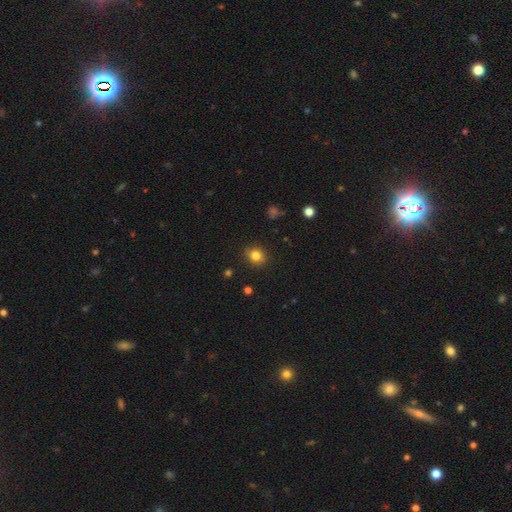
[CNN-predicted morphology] This appears to be a smooth galaxy with no disk features (82%) that is round (75%). Merging: none (89%).